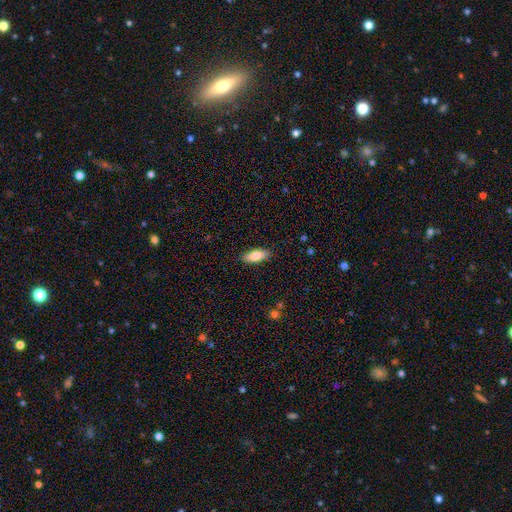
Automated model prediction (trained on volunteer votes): A smooth galaxy with no disk features (82%) that is in between round and cigar-shaped (78%).

Vote fractions:
- Smooth or featured? smooth: 82% / featured or disk: 12% / star or artifact: 6%
- How rounded? in between: 78% / cigar-shaped: 20% / round: 2%
- Merging? none: 88% / minor disturbance: 9% / major disturbance: 2% / merger: 1%